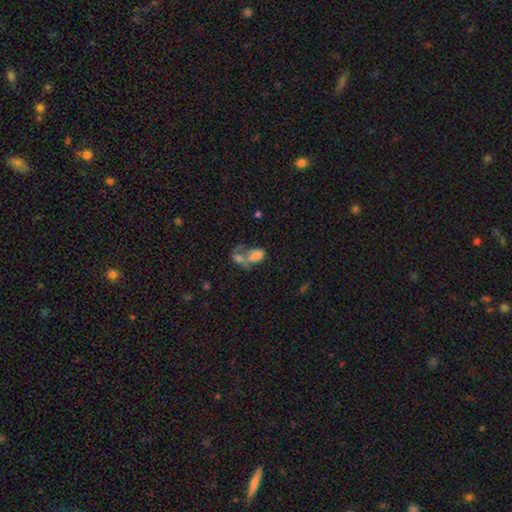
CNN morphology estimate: Smooth or featured? Predicted: smooth (p=0.62). How rounded? Predicted: in between (p=0.85). Merging? Predicted: merger (p=0.65).